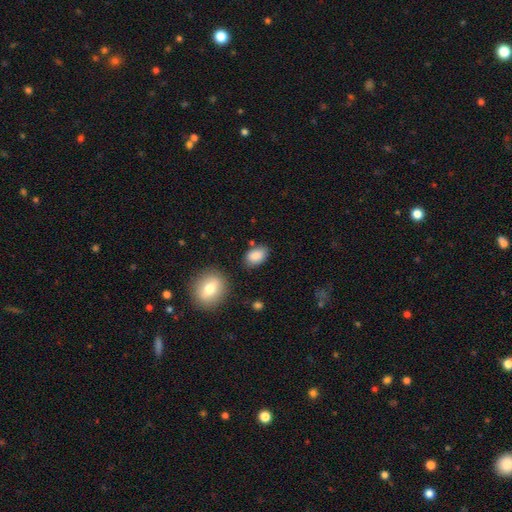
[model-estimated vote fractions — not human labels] A smooth galaxy with no disk features (87%) that is in between round and cigar-shaped (88%). Merging: none (76%).